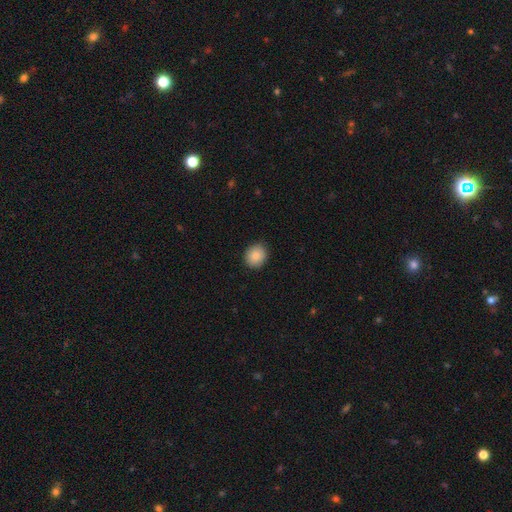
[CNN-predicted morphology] The model was most divided on "how rounded": round: 80%, in between: 19%, cigar-shaped: 1%. More confident: merging — none (89%); smooth or featured — smooth (86%).